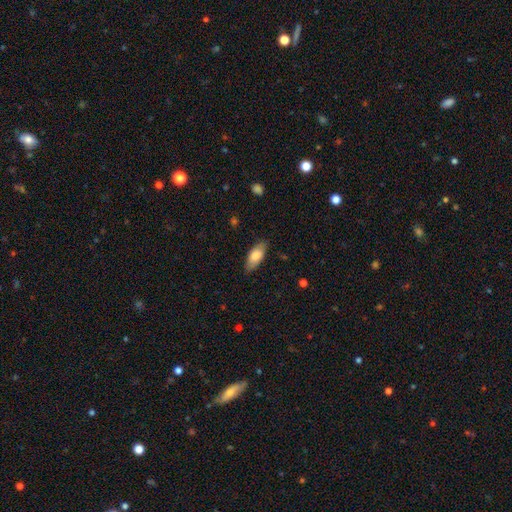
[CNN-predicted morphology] This appears to be a smooth galaxy with no disk features (77%) that is in between round and cigar-shaped (80%). Merging: none (84%).